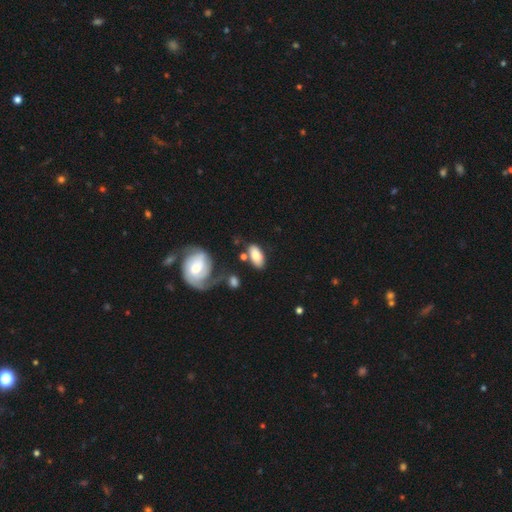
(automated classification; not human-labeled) smooth-or-featured: smooth: 76% | featured or disk: 18% | star or artifact: 6%
  how-rounded: in between: 90% | cigar-shaped: 6% | round: 4%
  merging: none: 67% | minor disturbance: 17% | merger: 9% | major disturbance: 7%